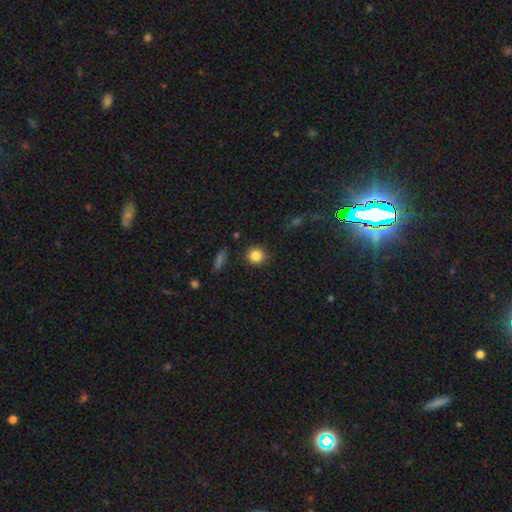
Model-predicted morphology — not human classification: This appears to be a smooth galaxy with no disk features (85%) that is round (91%). Merging: none (87%).